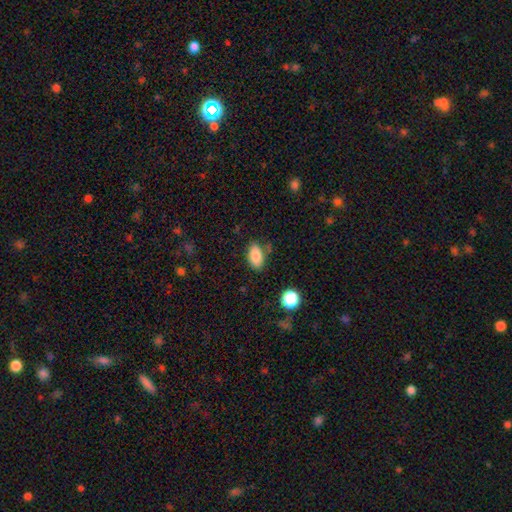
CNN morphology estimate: smooth-or-featured: smooth: 85% | star or artifact: 9% | featured or disk: 7%
  how-rounded: in between: 91% | round: 6% | cigar-shaped: 2%
  merging: none: 75% | minor disturbance: 16% | major disturbance: 4% | merger: 4%